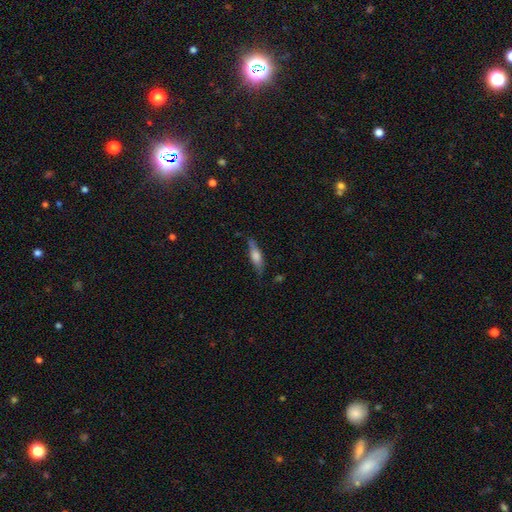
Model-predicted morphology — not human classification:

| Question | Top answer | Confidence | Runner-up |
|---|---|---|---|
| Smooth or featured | smooth | 59% | featured or disk (34%) |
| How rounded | cigar-shaped | 54% | in between (43%) |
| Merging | none | 73% | minor disturbance (20%) |